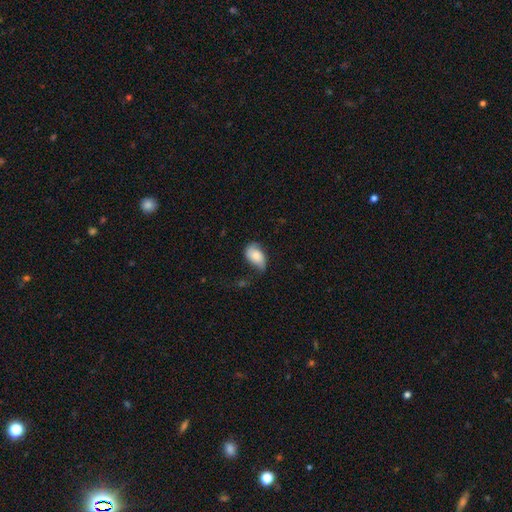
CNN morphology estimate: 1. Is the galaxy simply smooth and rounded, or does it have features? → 77% smooth, 16% featured or disk, 7% star or artifact.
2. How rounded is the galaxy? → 91% in between, 8% round, 1% cigar-shaped.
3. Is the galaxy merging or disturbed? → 44% none, 39% minor disturbance, 15% major disturbance, 2% merger.